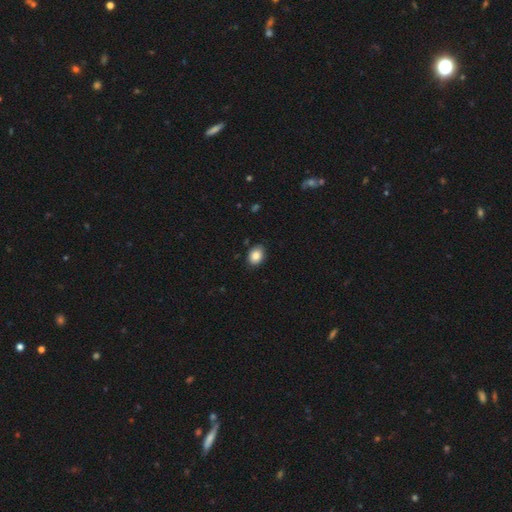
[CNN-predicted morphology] Smooth or featured?
  - smooth: 85% *
  - star or artifact: 8%
  - featured or disk: 6%
How rounded?
  - in between: 72% *
  - round: 27%
  - cigar-shaped: 1%
Merging?
  - none: 84% *
  - minor disturbance: 13%
  - major disturbance: 2%
  - merger: 1%